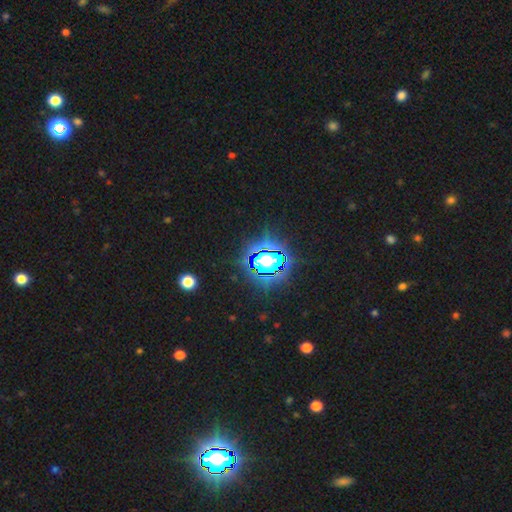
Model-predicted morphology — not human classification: A star or artifact, not a galaxy (84%).

Vote fractions:
- Smooth or featured? star or artifact: 84% / smooth: 10% / featured or disk: 6%